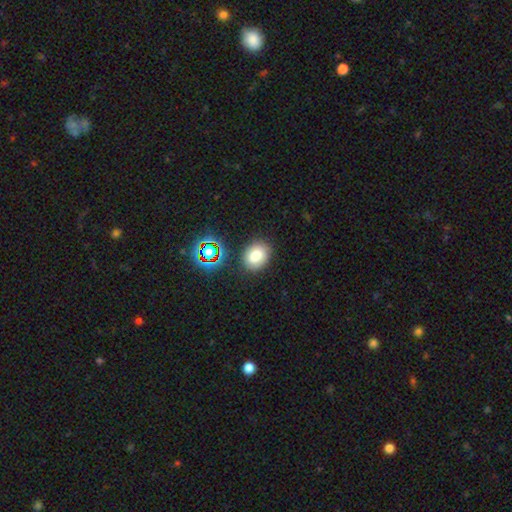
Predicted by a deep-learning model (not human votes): A smooth galaxy with no disk features (76%) that is in between round and cigar-shaped (53%).

Vote fractions:
- Smooth or featured? smooth: 76% / star or artifact: 15% / featured or disk: 10%
- How rounded? in between: 53% / round: 46% / cigar-shaped: 1%
- Merging? none: 83% / minor disturbance: 11% / merger: 4% / major disturbance: 3%